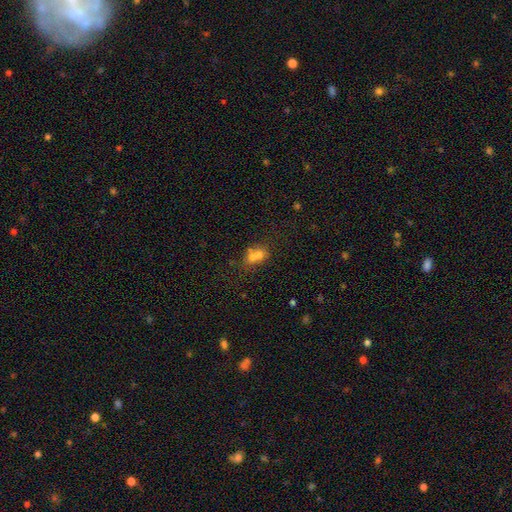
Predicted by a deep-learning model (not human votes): Smooth or featured: smooth — 61% (featured or disk — 24%)
How rounded: round — 62% (in between — 36%)
Merging: merger — 60% (none — 28%)